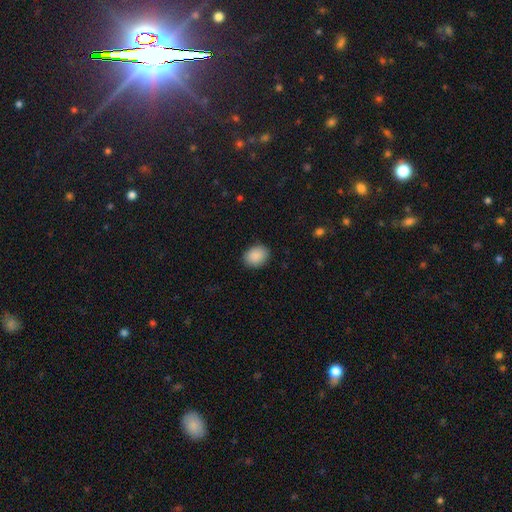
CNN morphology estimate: A smooth galaxy with no disk features (90%) that is in between round and cigar-shaped (59%).

Vote fractions:
- Smooth or featured? smooth: 90% / star or artifact: 7% / featured or disk: 3%
- How rounded? in between: 59% / round: 40% / cigar-shaped: 1%
- Merging? none: 86% / minor disturbance: 10% / major disturbance: 2% / merger: 1%